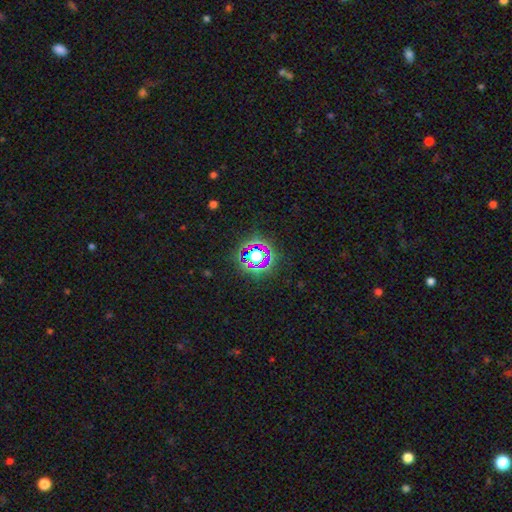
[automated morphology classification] star or artifact 65%, smooth 23%, featured or disk 12%.